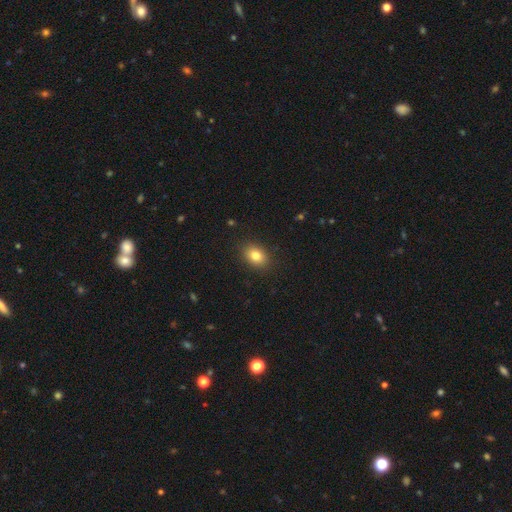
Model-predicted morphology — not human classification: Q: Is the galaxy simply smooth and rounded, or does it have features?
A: smooth — 82%.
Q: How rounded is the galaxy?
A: in between — 68%.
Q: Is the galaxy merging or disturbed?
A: none — 89%.